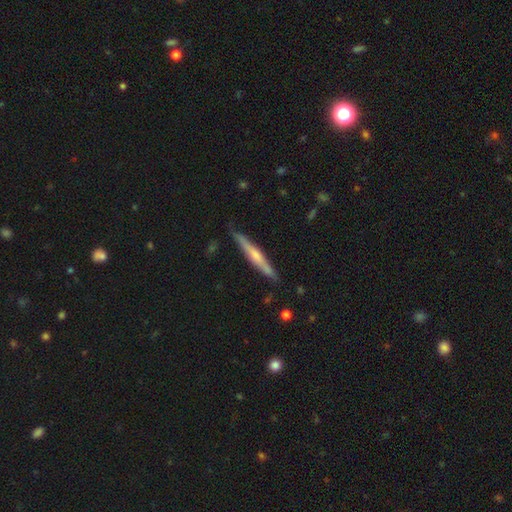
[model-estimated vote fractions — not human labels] This appears to be a featured or disk galaxy (58%) viewed edge-on (96%) with a rounded central bulge (63%). Merging: none (86%).